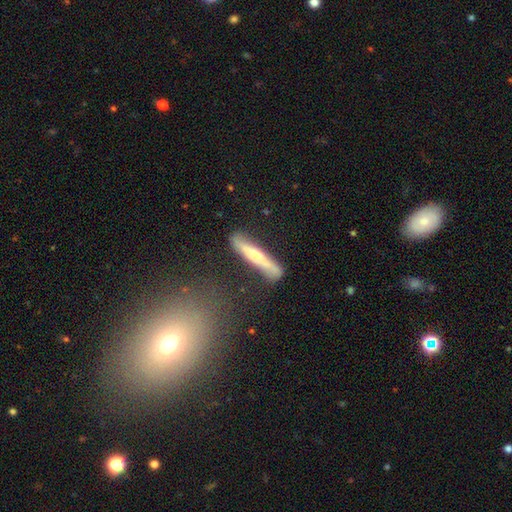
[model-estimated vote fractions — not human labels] Overall: smooth (58%; featured or disk 36%). How rounded: cigar-shaped (94%). Merging: none (75%).